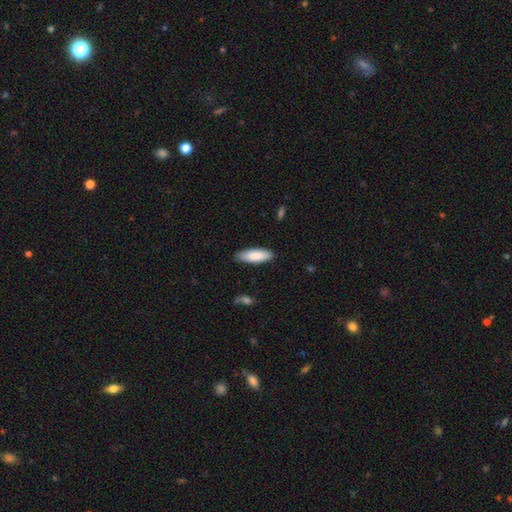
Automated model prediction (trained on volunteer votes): A smooth galaxy with no disk features (83%) that is in between round and cigar-shaped (60%).

Vote fractions:
- Smooth or featured? smooth: 83% / featured or disk: 11% / star or artifact: 5%
- How rounded? in between: 60% / cigar-shaped: 38% / round: 1%
- Merging? none: 86% / minor disturbance: 11% / major disturbance: 2% / merger: 1%